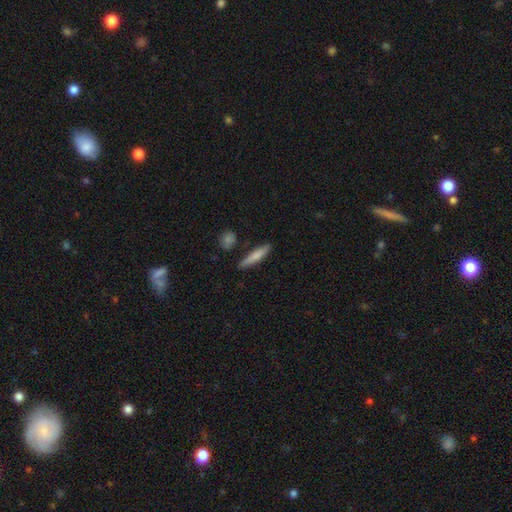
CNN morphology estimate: Smooth or featured?
  - smooth: 77% *
  - featured or disk: 17%
  - star or artifact: 6%
How rounded?
  - cigar-shaped: 85% *
  - in between: 13%
  - round: 2%
Merging?
  - none: 85% *
  - minor disturbance: 10%
  - merger: 3%
  - major disturbance: 2%